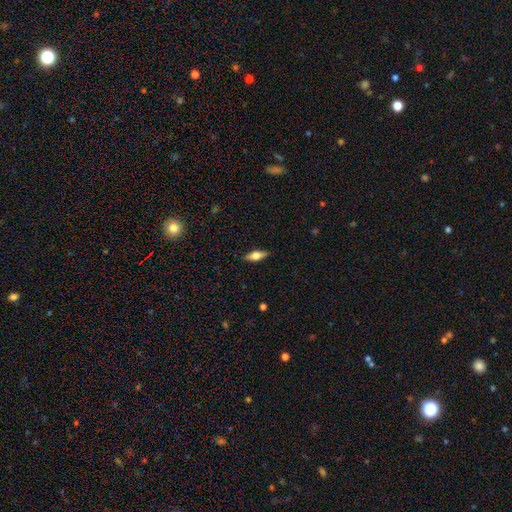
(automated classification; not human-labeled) A smooth galaxy with no disk features (54%) that is in between round and cigar-shaped (64%). Merging: none (88%).